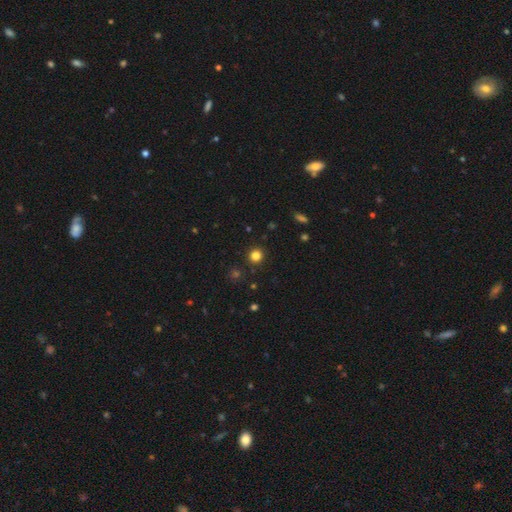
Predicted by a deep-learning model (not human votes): Q: Smooth or featured?
A: smooth (82%); runner-up: star or artifact (14%)
Q: How rounded?
A: round (92%); runner-up: in between (7%)
Q: Merging?
A: none (91%); runner-up: minor disturbance (5%)